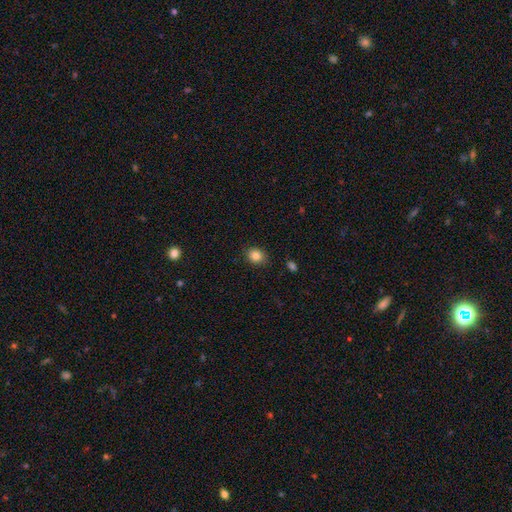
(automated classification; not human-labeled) Smooth or featured?
  - smooth: 84% *
  - star or artifact: 10%
  - featured or disk: 6%
How rounded?
  - round: 57% *
  - in between: 42%
  - cigar-shaped: 1%
Merging?
  - none: 86% *
  - minor disturbance: 10%
  - major disturbance: 2%
  - merger: 1%